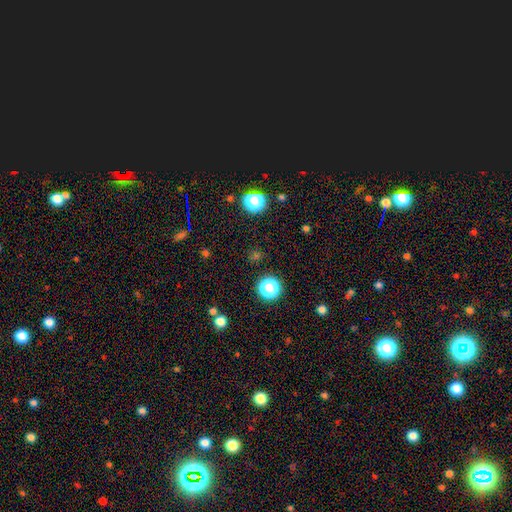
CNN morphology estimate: This is possibly a star or artifact rather than a galaxy (49%).